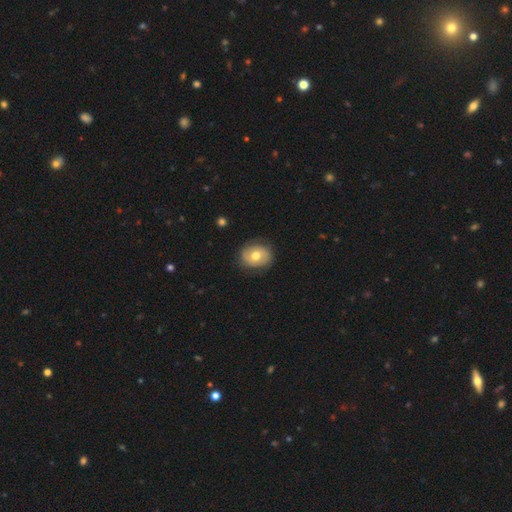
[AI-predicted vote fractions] The model was most divided on "how rounded": round: 51%, in between: 48%, cigar-shaped: 1%. More confident: merging — none (79%); smooth or featured — smooth (58%).